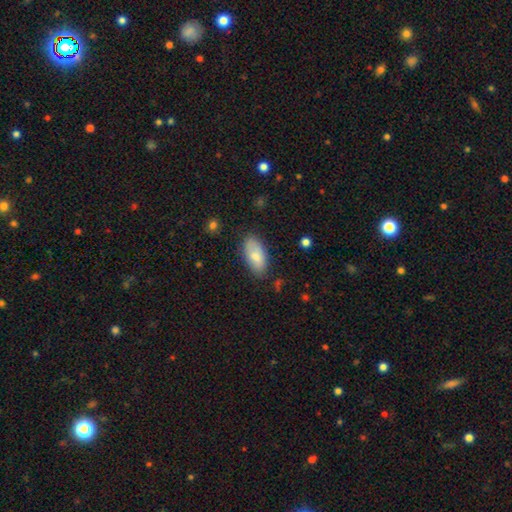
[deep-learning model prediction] smooth_or_featured: smooth (p=0.79) [alt: featured or disk p=0.15]
how_rounded: in between (p=0.92) [alt: cigar-shaped p=0.06]
merging: none (p=0.79) [alt: minor disturbance p=0.16]